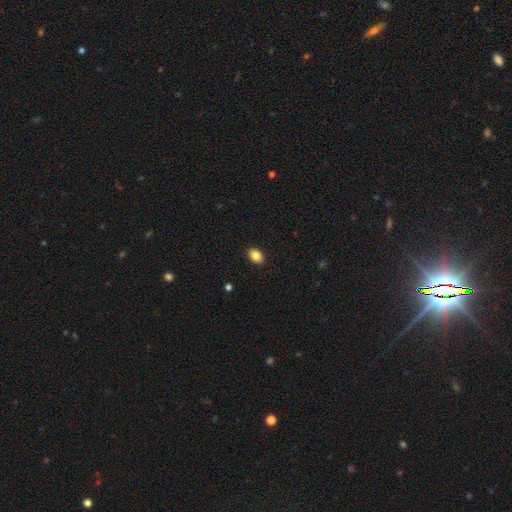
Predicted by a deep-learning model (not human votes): Overall: smooth (85%). How rounded: in between (81%). Merging: none (91%).